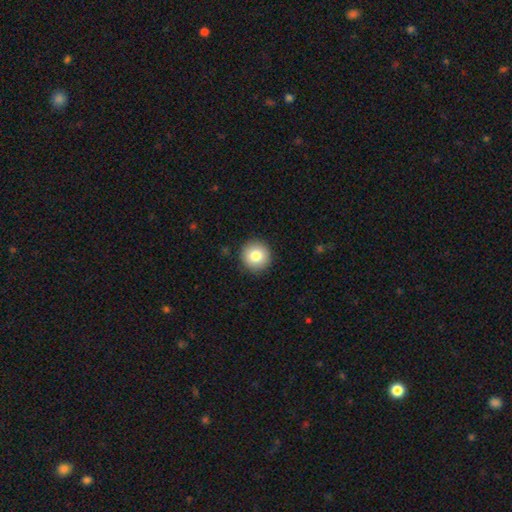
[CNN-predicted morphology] This appears to be a smooth galaxy with no disk features (82%) that is round (95%). Merging: none (91%).